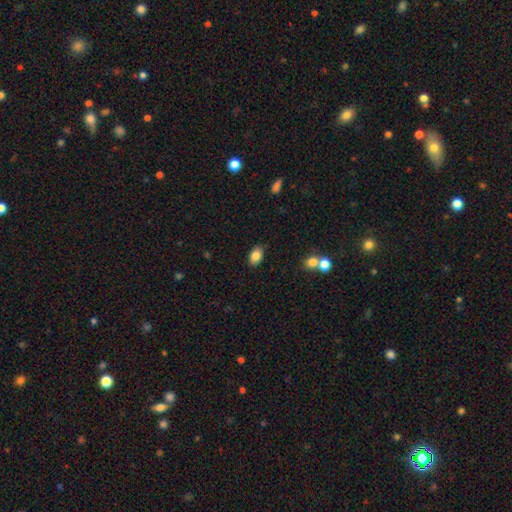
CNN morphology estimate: This appears to be a smooth galaxy with no disk features (84%) that is in between round and cigar-shaped (87%). Merging: none (85%).